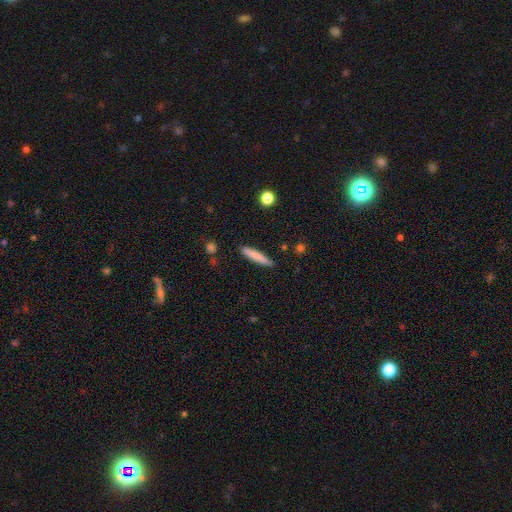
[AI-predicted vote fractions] smooth_or_featured: smooth (p=0.78) [alt: featured or disk p=0.16]
how_rounded: cigar-shaped (p=0.91) [alt: in between p=0.08]
merging: none (p=0.86) [alt: minor disturbance p=0.10]